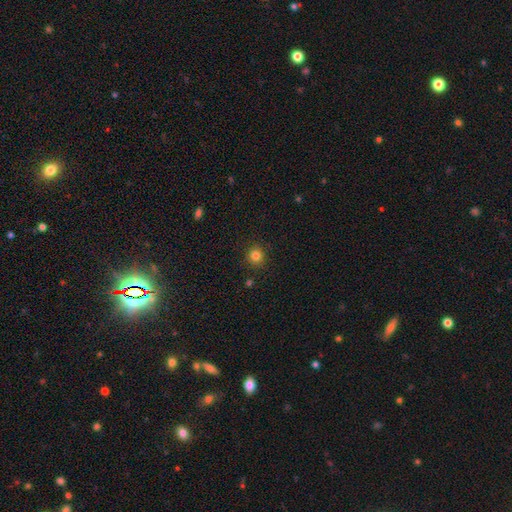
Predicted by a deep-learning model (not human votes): smooth-or-featured: smooth: 82% | star or artifact: 13% | featured or disk: 5%
  how-rounded: round: 92% | in between: 7% | cigar-shaped: 1%
  merging: none: 90% | minor disturbance: 6% | major disturbance: 2% | merger: 2%